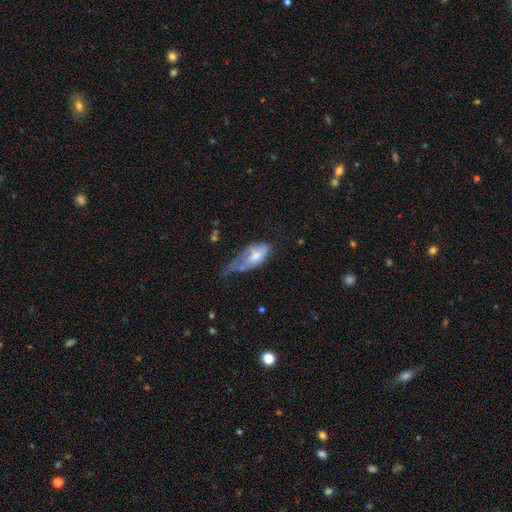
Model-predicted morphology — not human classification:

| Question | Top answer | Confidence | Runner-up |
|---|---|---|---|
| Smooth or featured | smooth | 55% | featured or disk (38%) |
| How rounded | in between | 84% | cigar-shaped (13%) |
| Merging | major disturbance | 47% | minor disturbance (30%) |